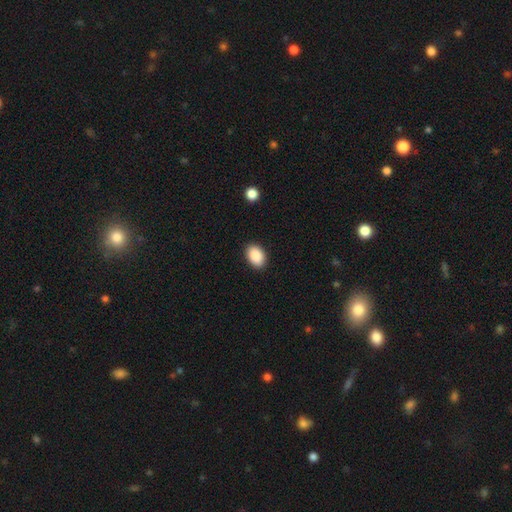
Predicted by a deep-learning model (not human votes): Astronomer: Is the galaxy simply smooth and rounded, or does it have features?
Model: smooth — 90%.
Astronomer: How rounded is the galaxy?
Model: in between — 85%.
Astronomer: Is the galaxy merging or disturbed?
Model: none — 89%.